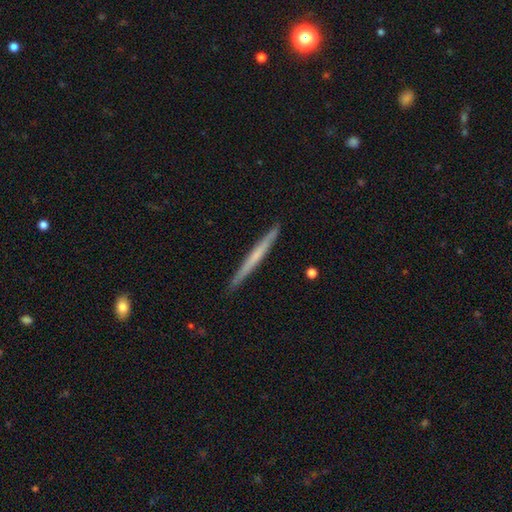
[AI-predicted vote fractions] featured or disk 51%, smooth 43%, star or artifact 5%. Down the decision tree: edge-on disk — yes (97%); edge-on bulge — none (79%); merging — none (92%).